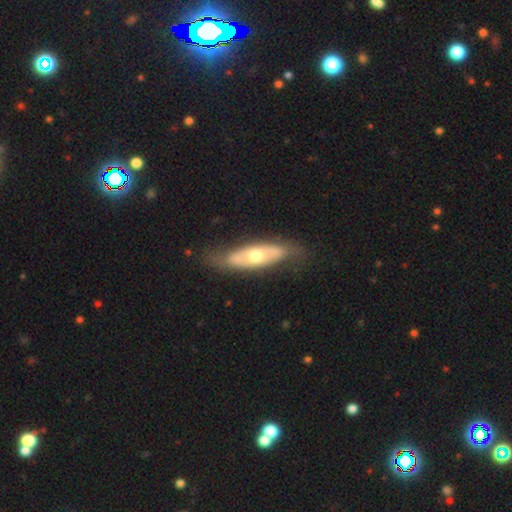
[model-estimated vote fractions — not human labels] A featured or disk galaxy (60%). Merging: none (71%).